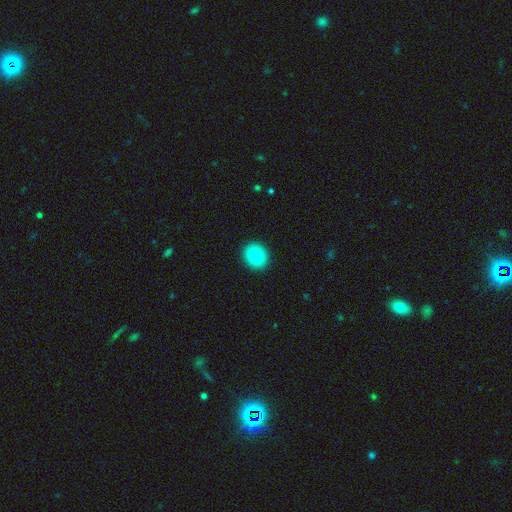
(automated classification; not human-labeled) A smooth galaxy with no disk features (80%) that is round (81%). Merging: none (92%).